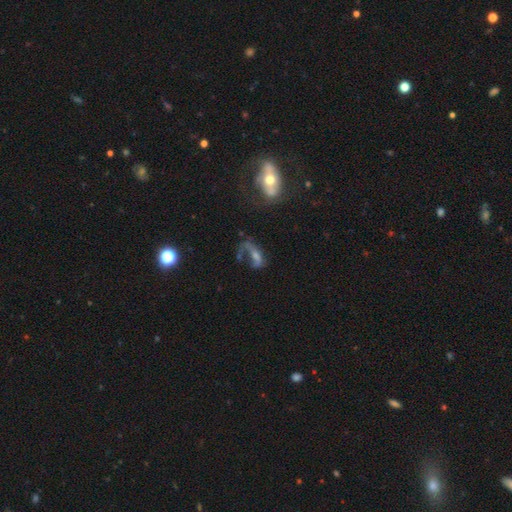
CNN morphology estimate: type=featured or disk (56%); edge-on=no (86%); merging=major disturbance (42%).